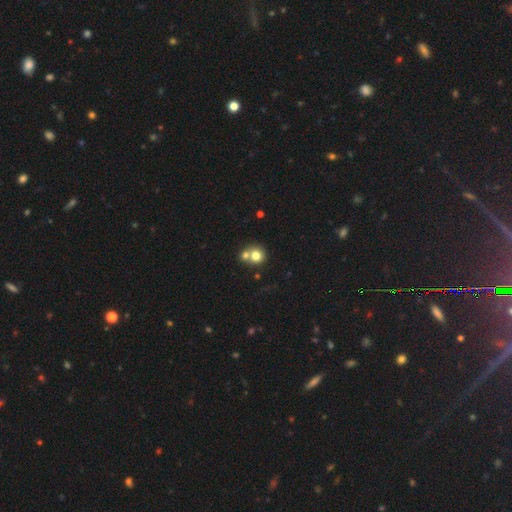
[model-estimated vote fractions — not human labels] smooth 75%, featured or disk 14%, star or artifact 11%. Down the decision tree: how rounded — round (86%); merging — merger (47%).